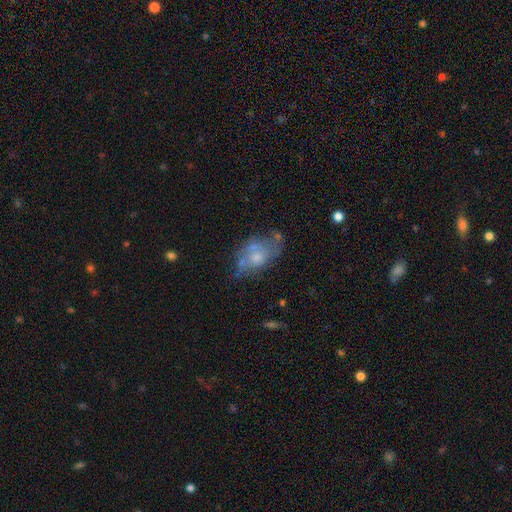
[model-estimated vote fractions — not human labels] smooth-or-featured: featured or disk: 54% | smooth: 37% | star or artifact: 10%
  disk-edge-on: no: 95% | yes: 5%
    bar: no: 83% | weak: 15% | strong: 2%
    has-spiral-arms: no: 56% | yes: 44%
    bulge-size: moderate: 41% | small: 38% | none: 13% | large: 6% | dominant: 2%
  merging: none: 43% | minor disturbance: 27% | major disturbance: 21% | merger: 8%